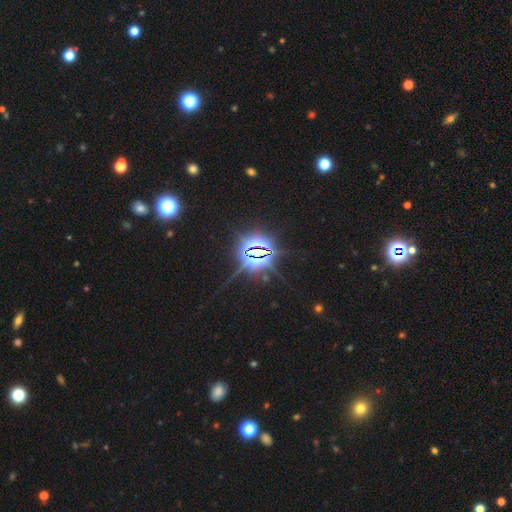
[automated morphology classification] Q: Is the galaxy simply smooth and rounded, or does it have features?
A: star or artifact — 84%.